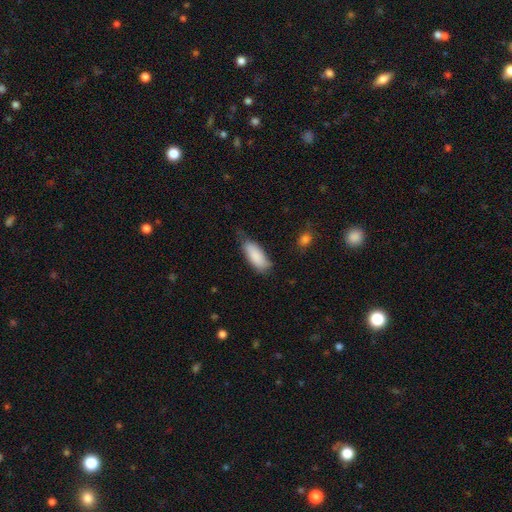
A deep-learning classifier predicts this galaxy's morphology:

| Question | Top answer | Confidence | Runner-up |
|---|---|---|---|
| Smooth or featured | smooth | 88% | featured or disk (7%) |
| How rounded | in between | 76% | cigar-shaped (22%) |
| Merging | none | 58% | minor disturbance (32%) |